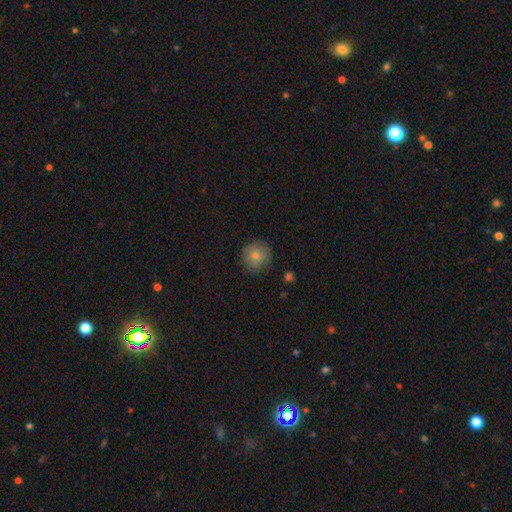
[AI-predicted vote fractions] Morphology: type=smooth (80%); roundness=round (92%); merging=none (81%).